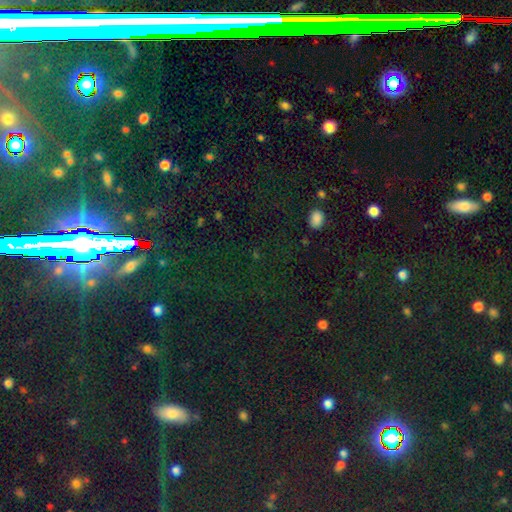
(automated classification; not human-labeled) smooth-or-featured: star or artifact: 76% | smooth: 15% | featured or disk: 9%